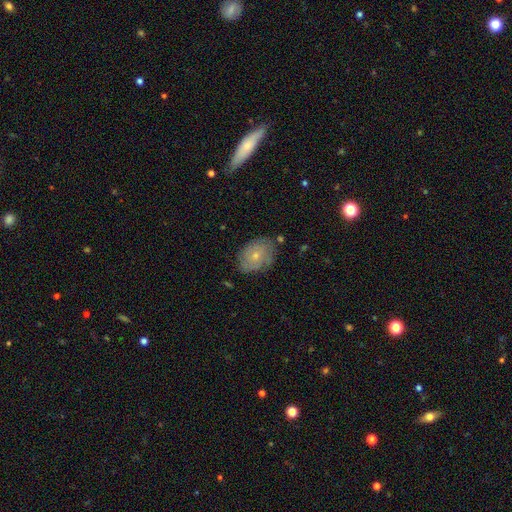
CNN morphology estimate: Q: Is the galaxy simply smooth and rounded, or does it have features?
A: smooth — 55%.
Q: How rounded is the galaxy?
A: in between — 75%.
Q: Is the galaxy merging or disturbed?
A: none — 72%.